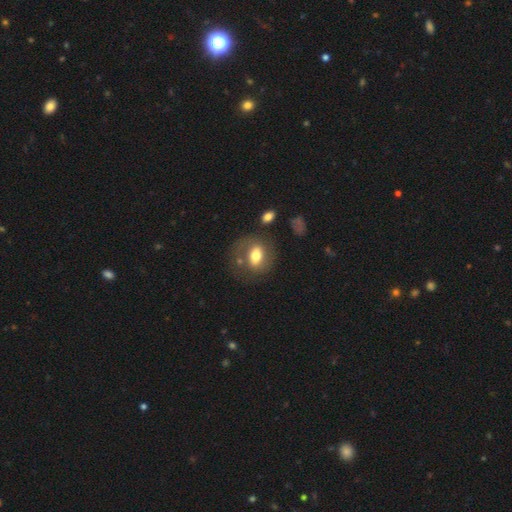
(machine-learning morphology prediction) Smooth or featured? smooth (58%)
How rounded? in between (64%)
Merging? none (61%)